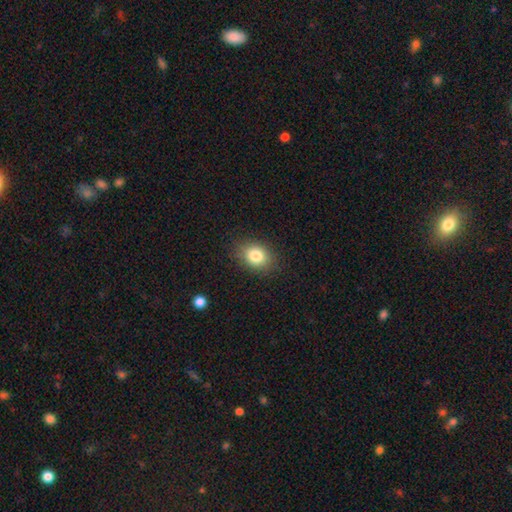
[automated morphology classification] The model was most divided on "how rounded": in between: 59%, round: 40%, cigar-shaped: 1%. More confident: merging — none (86%); smooth or featured — smooth (82%).